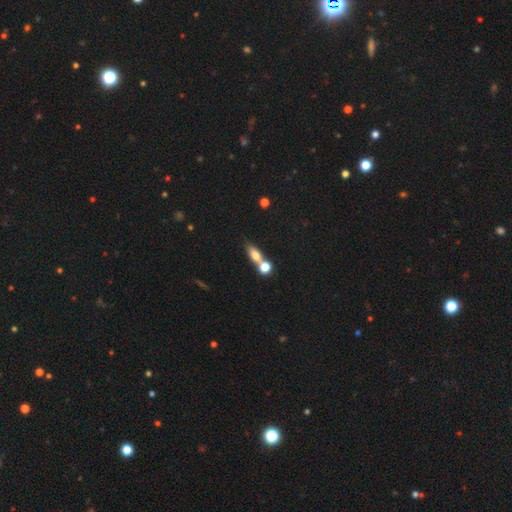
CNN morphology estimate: This is likely a smooth galaxy (72%). How rounded: possibly in between (60%). Merging: possibly merger (49%).